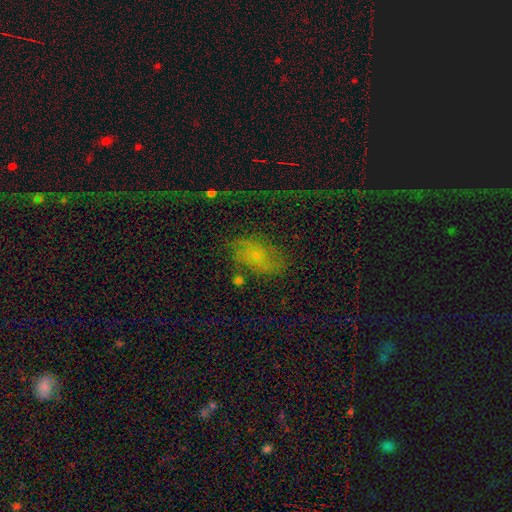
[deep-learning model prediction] The model was most divided on "smooth or featured": smooth: 43%, featured or disk: 40%, star or artifact: 17%. More confident: merging — none (50%).